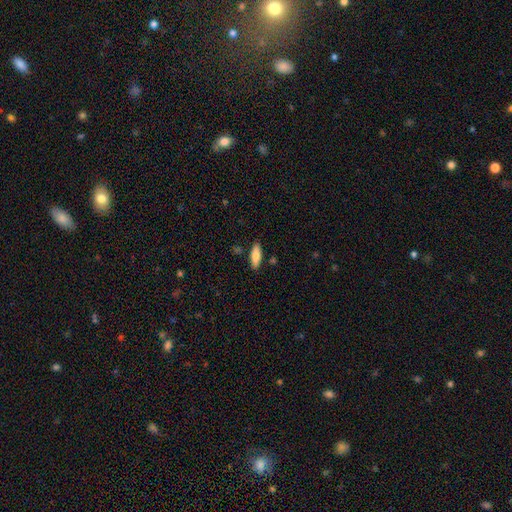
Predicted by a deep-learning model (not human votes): A smooth galaxy with no disk features (80%) that is in between round and cigar-shaped (62%).

Vote fractions:
- Smooth or featured? smooth: 80% / featured or disk: 14% / star or artifact: 6%
- How rounded? in between: 62% / cigar-shaped: 36% / round: 2%
- Merging? none: 85% / minor disturbance: 10% / merger: 3% / major disturbance: 2%